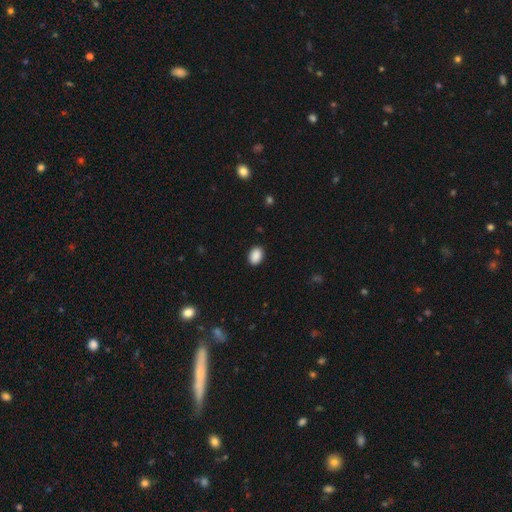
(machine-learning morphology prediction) The model was most divided on "how rounded": in between: 77%, round: 22%, cigar-shaped: 1%. More confident: smooth or featured — smooth (90%); merging — none (90%).